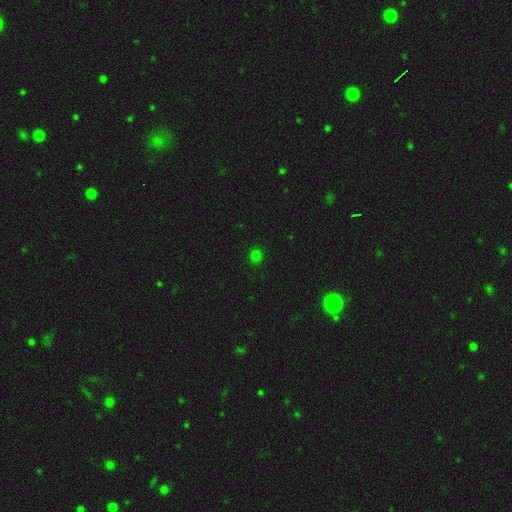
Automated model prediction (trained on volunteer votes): Overall: smooth (77%). How rounded: round (88%). Merging: none (91%).